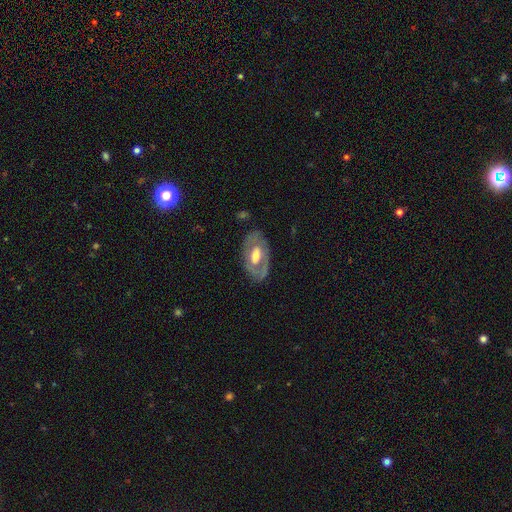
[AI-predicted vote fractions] This is likely a featured or disk galaxy (66%). It is clearly not viewed edge-on (91%). Bar: possibly no (48%). Spiral arm pattern: possibly no (57%). Central bulge: likely moderate (65%). Merging: likely none (75%).